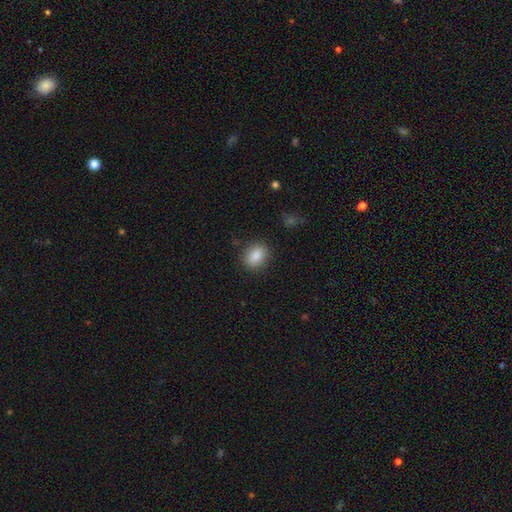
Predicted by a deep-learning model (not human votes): The model was most divided on "how rounded": in between: 57%, round: 42%, cigar-shaped: 1%. More confident: smooth or featured — smooth (86%); merging — none (85%).